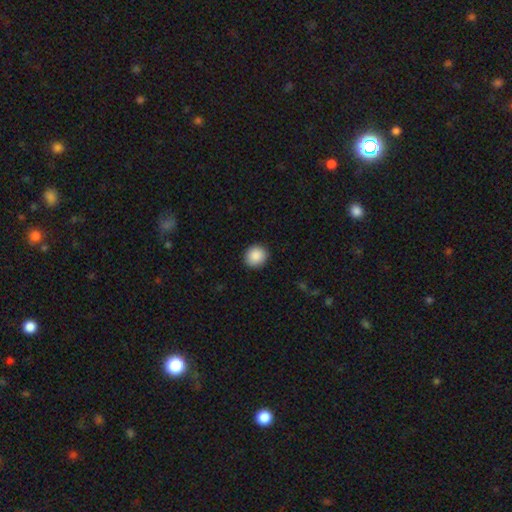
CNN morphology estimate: smooth_or_featured: smooth (p=0.90) [alt: star or artifact p=0.07]
how_rounded: round (p=0.83) [alt: in between p=0.16]
merging: none (p=0.91) [alt: minor disturbance p=0.06]